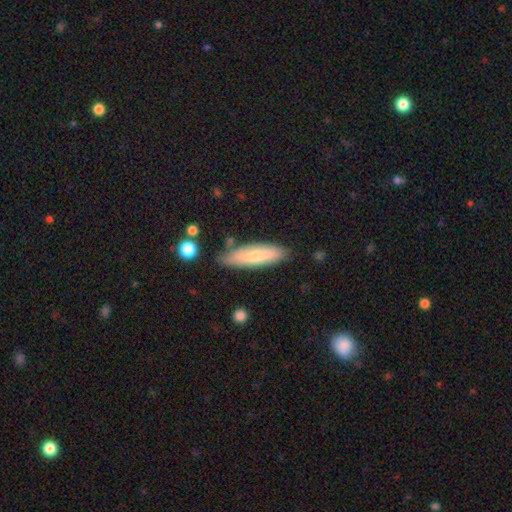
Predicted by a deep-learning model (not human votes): Q: Smooth or featured?
A: smooth (67%); runner-up: featured or disk (26%)
Q: How rounded?
A: cigar-shaped (65%); runner-up: in between (33%)
Q: Merging?
A: none (77%); runner-up: minor disturbance (16%)